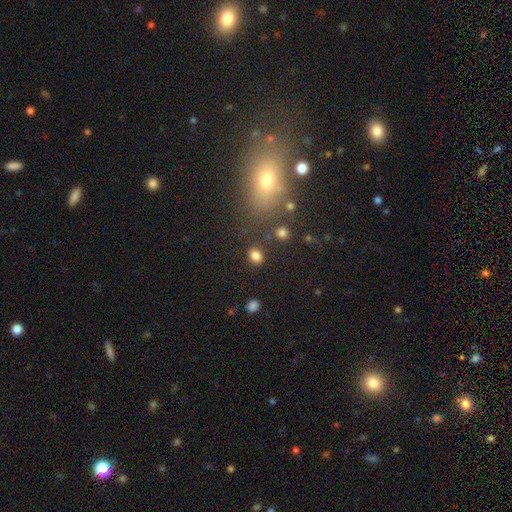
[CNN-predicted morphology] smooth 83%, star or artifact 12%, featured or disk 5%. Down the decision tree: how rounded — in between (60%); merging — none (81%).